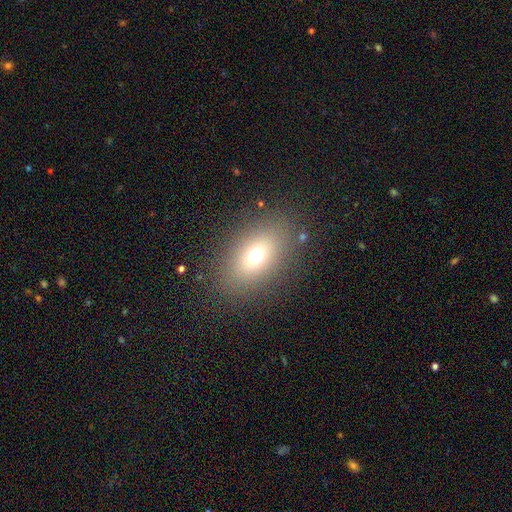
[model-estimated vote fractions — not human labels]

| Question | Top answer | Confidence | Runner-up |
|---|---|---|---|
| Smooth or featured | smooth | 67% | star or artifact (18%) |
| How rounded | in between | 72% | round (26%) |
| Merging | none | 83% | minor disturbance (9%) |